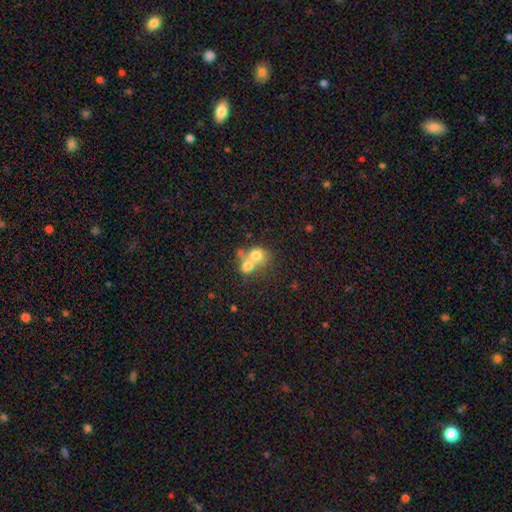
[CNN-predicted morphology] Q: Smooth or featured?
A: smooth (69%); runner-up: featured or disk (20%)
Q: How rounded?
A: round (69%); runner-up: in between (30%)
Q: Merging?
A: merger (70%); runner-up: none (22%)